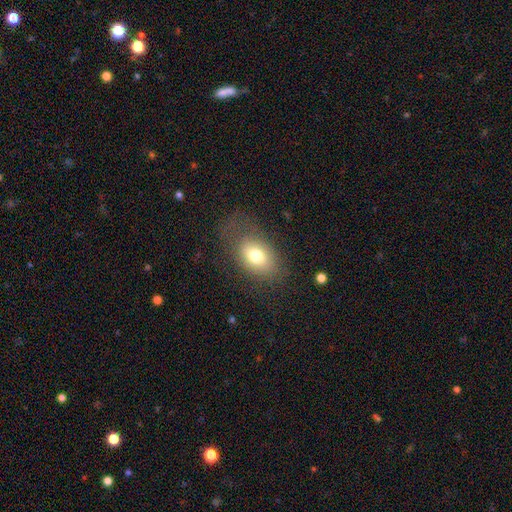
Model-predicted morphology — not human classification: A smooth galaxy with no disk features (73%) that is in between round and cigar-shaped (81%).

Vote fractions:
- Smooth or featured? smooth: 73% / featured or disk: 16% / star or artifact: 11%
- How rounded? in between: 81% / round: 18% / cigar-shaped: 1%
- Merging? none: 61% / minor disturbance: 21% / major disturbance: 17% / merger: 1%